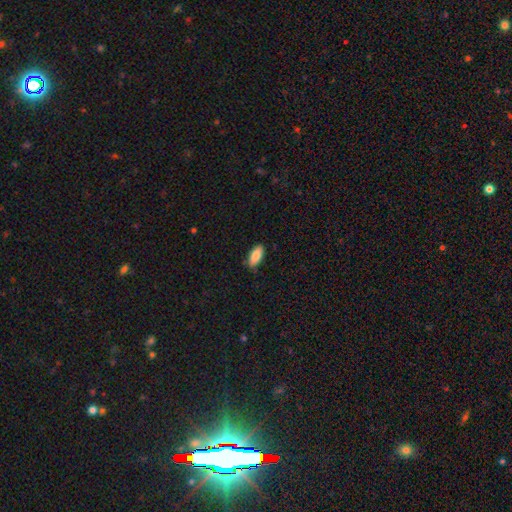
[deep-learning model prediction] This is clearly a smooth galaxy (88%). How rounded: clearly in between (86%). Merging: clearly none (84%).